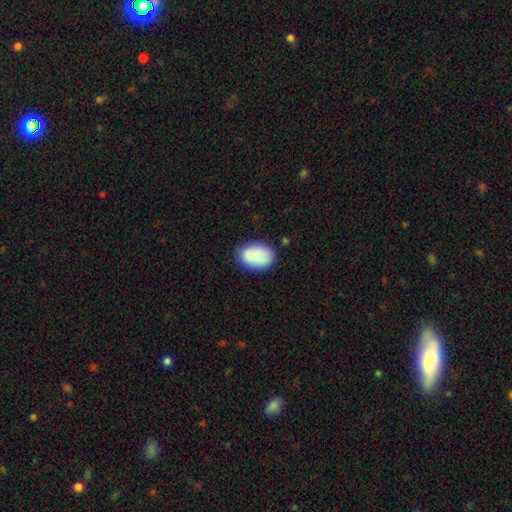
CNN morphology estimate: The model was most divided on "merging": none: 79%, minor disturbance: 15%, major disturbance: 3%, merger: 2%. More confident: smooth or featured — smooth (86%); how rounded — in between (85%).